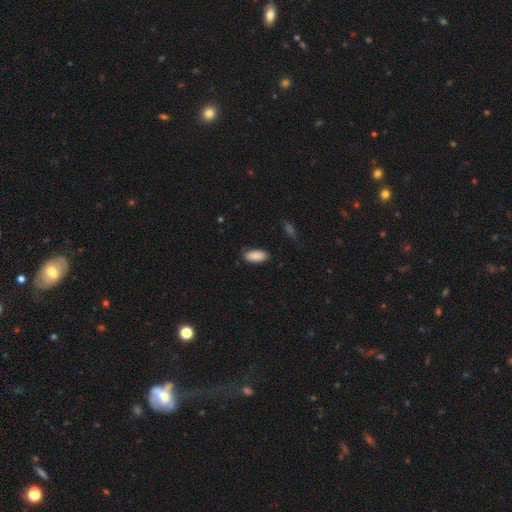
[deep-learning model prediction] smooth 89%, star or artifact 7%, featured or disk 5%. Down the decision tree: how rounded — in between (90%); merging — none (82%).